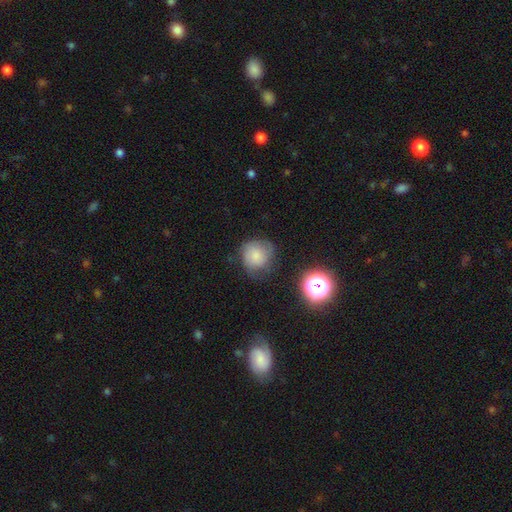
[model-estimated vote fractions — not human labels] The model was most divided on "merging": none: 60%, minor disturbance: 27%, major disturbance: 10%, merger: 3%. More confident: how rounded — round (87%); smooth or featured — smooth (75%).